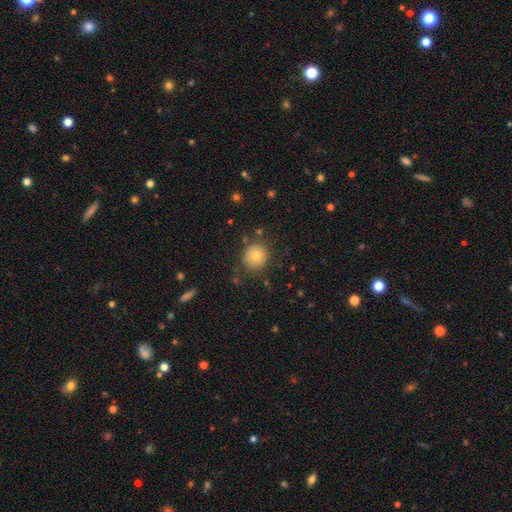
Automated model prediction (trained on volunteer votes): This is likely a smooth galaxy (76%). How rounded: clearly round (90%). Merging: clearly none (83%).